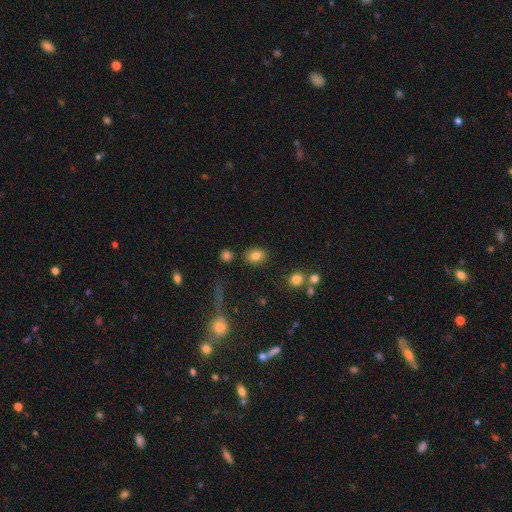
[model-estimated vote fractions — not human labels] smooth 82%, star or artifact 10%, featured or disk 8%. Down the decision tree: how rounded — in between (73%); merging — none (82%).